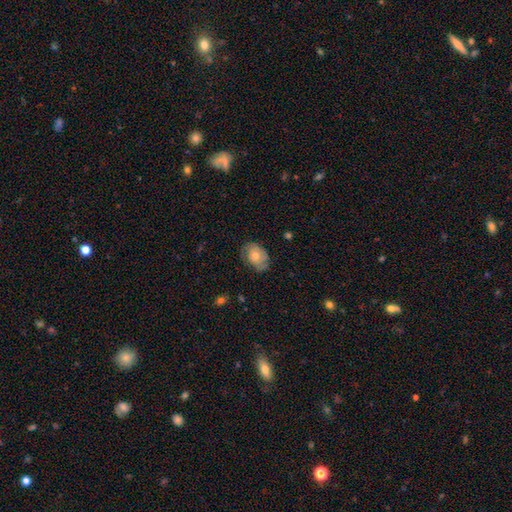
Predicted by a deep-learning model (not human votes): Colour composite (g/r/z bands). It shows a smooth galaxy with no disk features (55%) that is in between round and cigar-shaped (77%). Merging: none (65%).